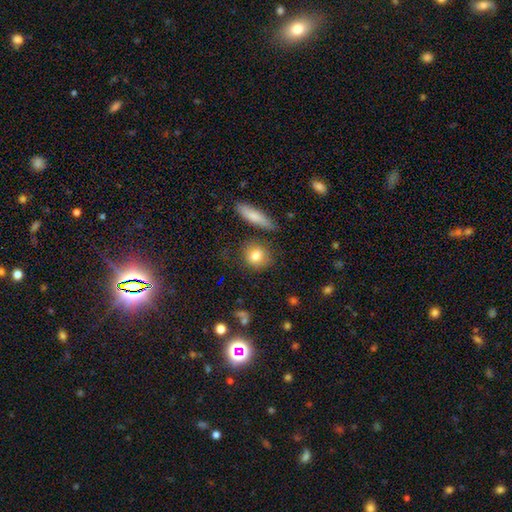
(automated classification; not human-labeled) Smooth or featured? Predicted: smooth (p=0.82). How rounded? Predicted: round (p=0.70). Merging? Predicted: none (p=0.76).